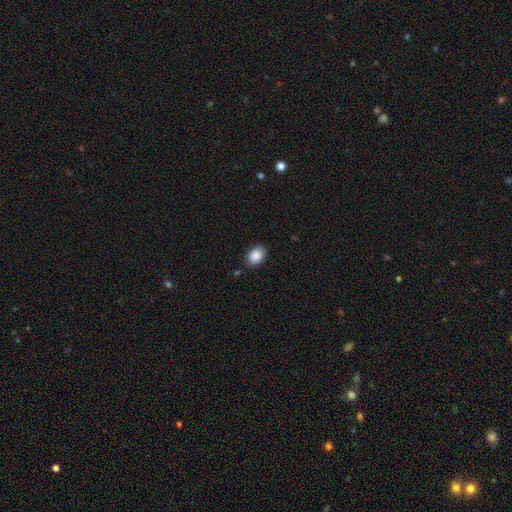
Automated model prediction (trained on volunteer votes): Smooth or featured? Predicted: smooth (p=0.88). How rounded? Predicted: in between (p=0.74). Merging? Predicted: none (p=0.84).